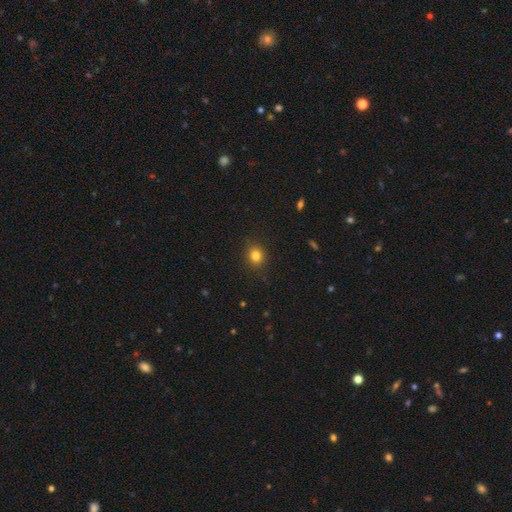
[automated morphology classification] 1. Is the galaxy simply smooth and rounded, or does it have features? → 81% smooth, 13% star or artifact, 6% featured or disk.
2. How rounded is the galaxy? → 82% round, 17% in between, 1% cigar-shaped.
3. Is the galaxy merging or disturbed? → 90% none, 7% minor disturbance, 2% major disturbance, 1% merger.